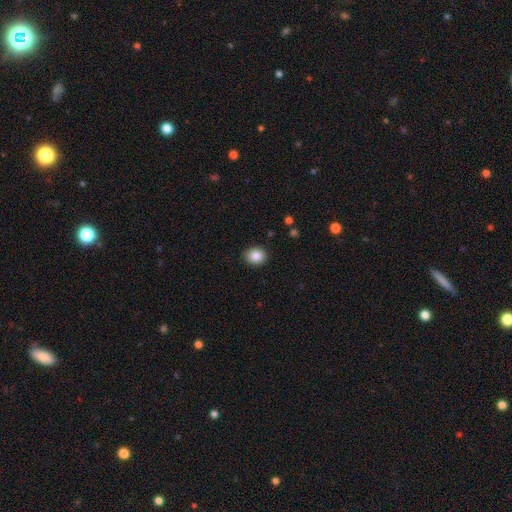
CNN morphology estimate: smooth-or-featured: smooth: 86% | star or artifact: 9% | featured or disk: 5%
  how-rounded: round: 67% | in between: 32% | cigar-shaped: 1%
  merging: none: 90% | minor disturbance: 7% | major disturbance: 2% | merger: 1%